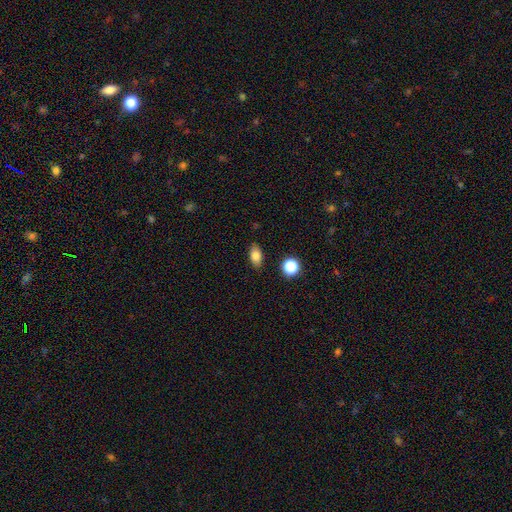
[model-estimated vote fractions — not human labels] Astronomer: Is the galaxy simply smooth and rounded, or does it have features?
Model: smooth — 80%.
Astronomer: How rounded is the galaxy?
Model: in between — 85%.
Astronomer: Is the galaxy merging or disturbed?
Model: none — 85%.